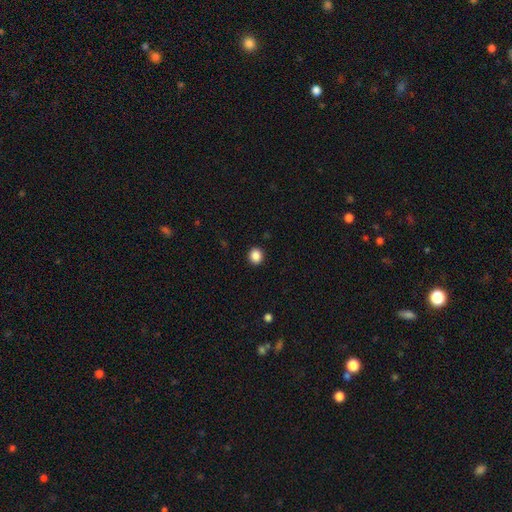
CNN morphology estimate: A smooth galaxy with no disk features (88%) that is round (78%).

Vote fractions:
- Smooth or featured? smooth: 88% / star or artifact: 10% / featured or disk: 3%
- How rounded? round: 78% / in between: 21% / cigar-shaped: 1%
- Merging? none: 92% / minor disturbance: 5% / major disturbance: 2% / merger: 1%